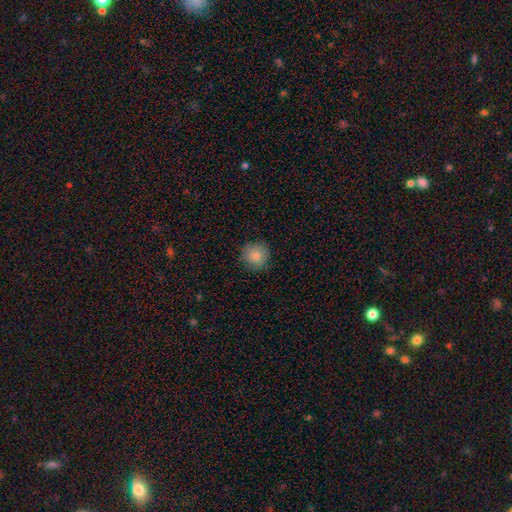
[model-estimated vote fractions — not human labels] Smooth or featured: smooth — 84% (star or artifact — 9%)
How rounded: round — 94% (in between — 6%)
Merging: none — 88% (minor disturbance — 8%)